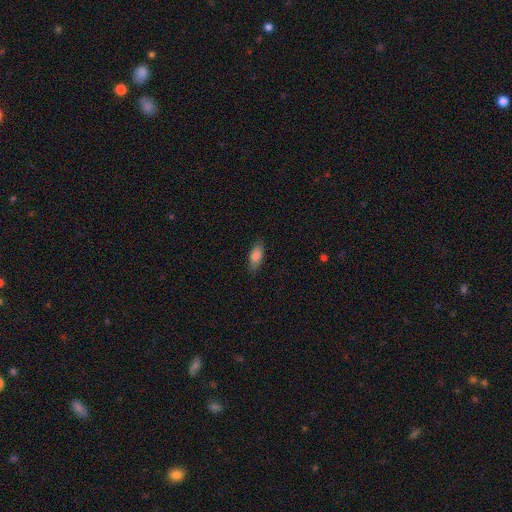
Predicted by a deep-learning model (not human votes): Morphology: type=smooth (84%); roundness=in between (82%); merging=none (84%).